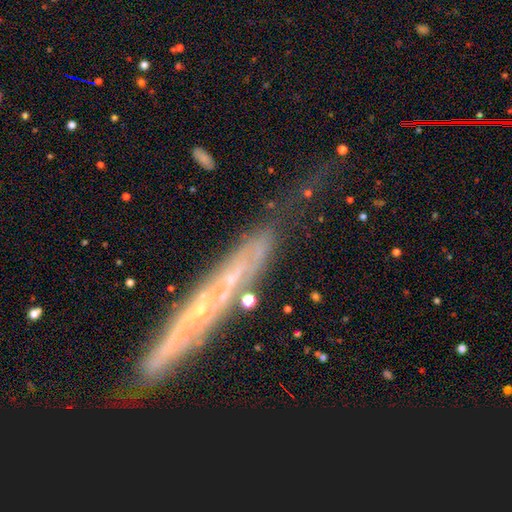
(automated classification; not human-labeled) Smooth or featured?
  - featured or disk: 63% *
  - smooth: 24%
  - star or artifact: 13%
Edge-on disk?
  - yes: 63% *
  - no: 37%
Merging?
  - none: 65% *
  - minor disturbance: 21%
  - major disturbance: 9%
  - merger: 6%